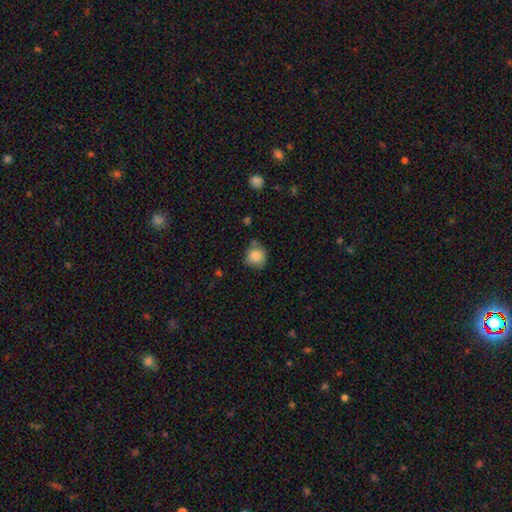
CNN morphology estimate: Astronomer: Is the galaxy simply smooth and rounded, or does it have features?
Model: smooth — 84%.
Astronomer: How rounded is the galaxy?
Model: round — 86%.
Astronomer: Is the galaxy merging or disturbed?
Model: none — 65%.